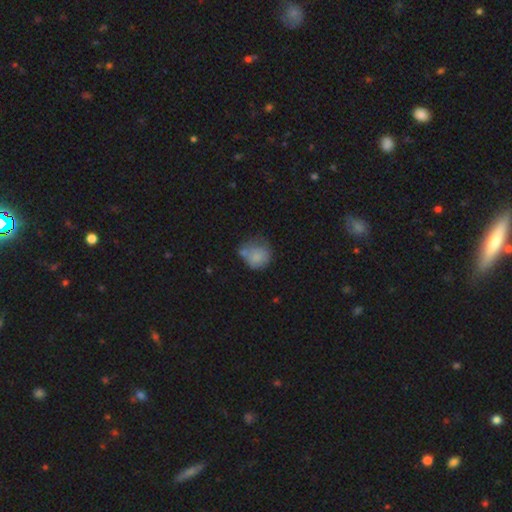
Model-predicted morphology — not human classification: This appears to be a smooth galaxy with no disk features (73%) that is round (78%). Merging: none (38%).